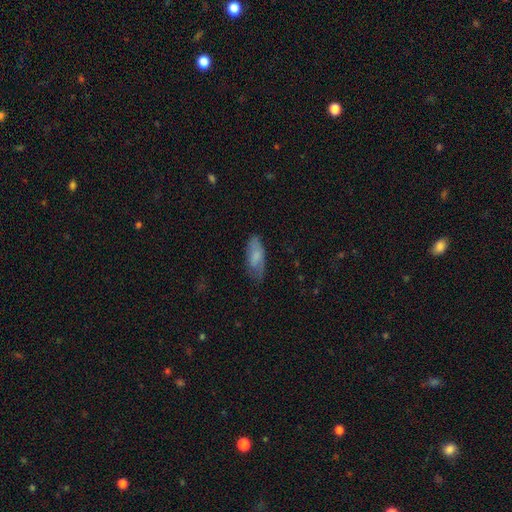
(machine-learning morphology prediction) smooth-or-featured: smooth: 73% | featured or disk: 20% | star or artifact: 7%
  how-rounded: in between: 79% | cigar-shaped: 19% | round: 2%
  merging: none: 64% | minor disturbance: 27% | major disturbance: 8% | merger: 1%